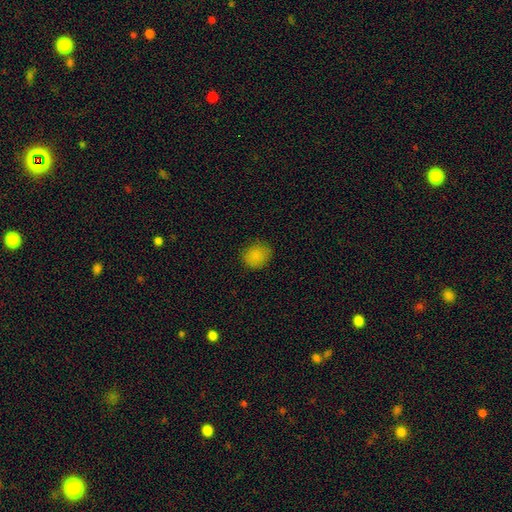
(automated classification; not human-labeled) This appears to be a smooth galaxy with no disk features (84%) that is round (67%). Merging: none (84%).